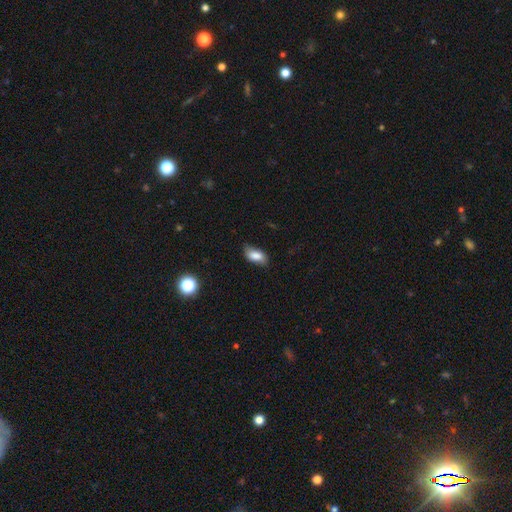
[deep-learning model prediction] This is clearly a smooth galaxy (82%). How rounded: clearly in between (90%). Merging: likely none (74%).